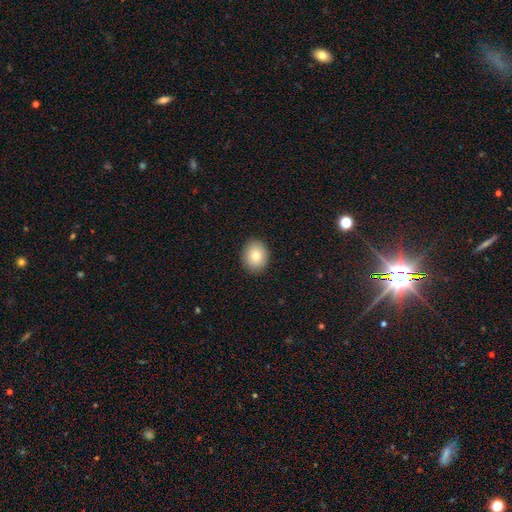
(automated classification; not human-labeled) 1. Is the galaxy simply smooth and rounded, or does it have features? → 83% smooth, 9% featured or disk, 8% star or artifact.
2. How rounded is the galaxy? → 52% round, 47% in between, 1% cigar-shaped.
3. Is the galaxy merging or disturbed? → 89% none, 8% minor disturbance, 2% major disturbance, 1% merger.